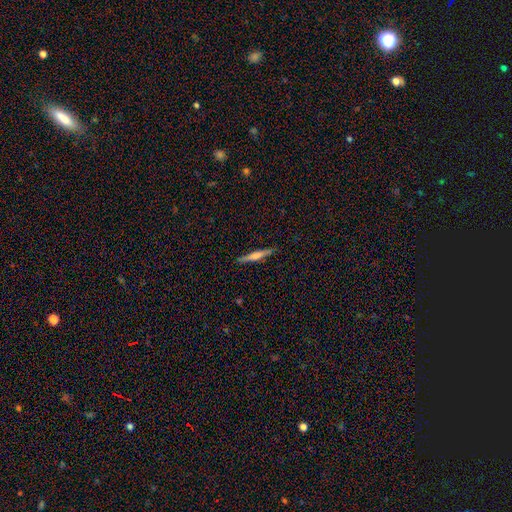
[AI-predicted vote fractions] This appears to be a featured or disk galaxy (51%) viewed edge-on (97%). Merging: none (90%).